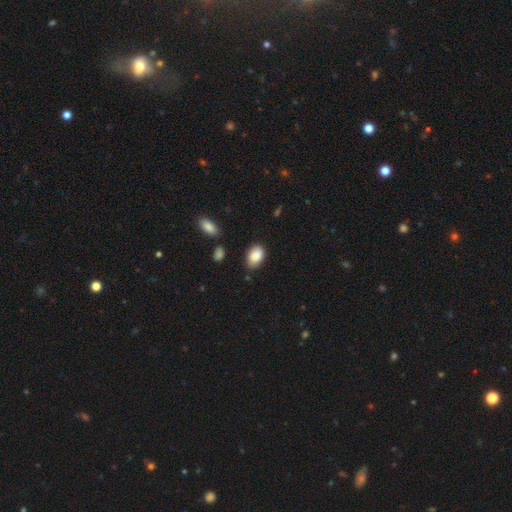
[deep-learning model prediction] smooth-or-featured: smooth: 88% | star or artifact: 7% | featured or disk: 5%
  how-rounded: in between: 88% | round: 10% | cigar-shaped: 1%
  merging: none: 75% | minor disturbance: 19% | major disturbance: 3% | merger: 3%